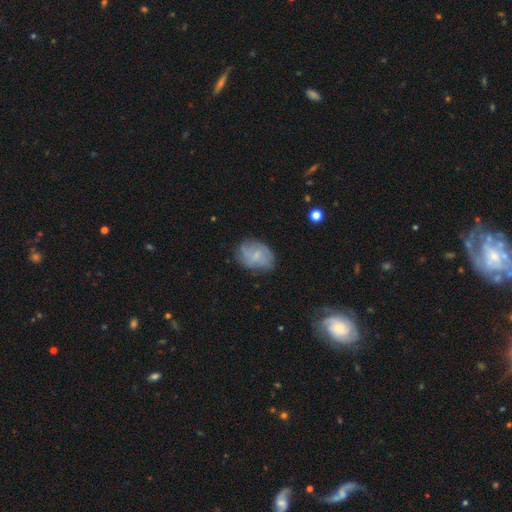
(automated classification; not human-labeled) A smooth galaxy with no disk features (47%). Merging: none (69%).